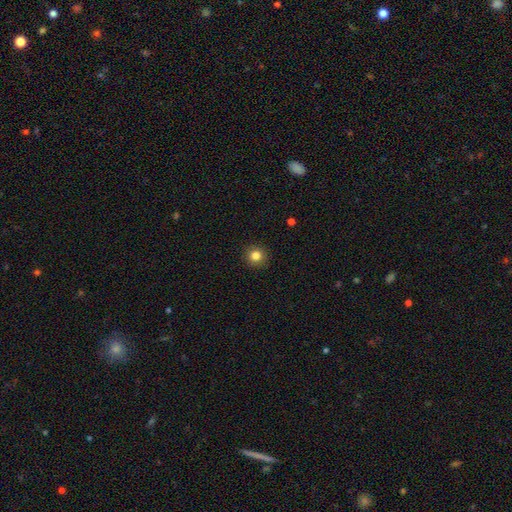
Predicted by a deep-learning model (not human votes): smooth-or-featured: smooth: 82% | star or artifact: 12% | featured or disk: 6%
  how-rounded: round: 93% | in between: 6% | cigar-shaped: 1%
  merging: none: 92% | minor disturbance: 5% | major disturbance: 2% | merger: 1%